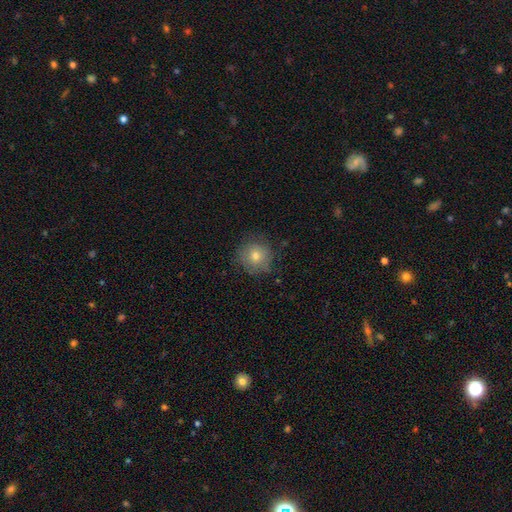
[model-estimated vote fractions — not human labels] Smooth or featured? smooth (69%)
How rounded? round (92%)
Merging? none (79%)